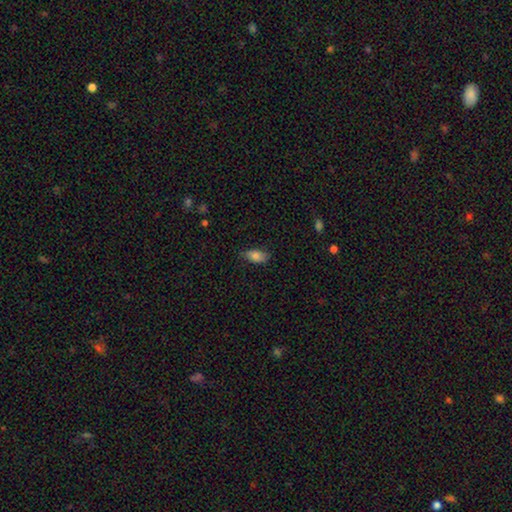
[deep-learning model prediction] Q: Smooth or featured?
A: smooth (76%); runner-up: featured or disk (15%)
Q: How rounded?
A: in between (89%); runner-up: cigar-shaped (6%)
Q: Merging?
A: none (71%); runner-up: minor disturbance (23%)